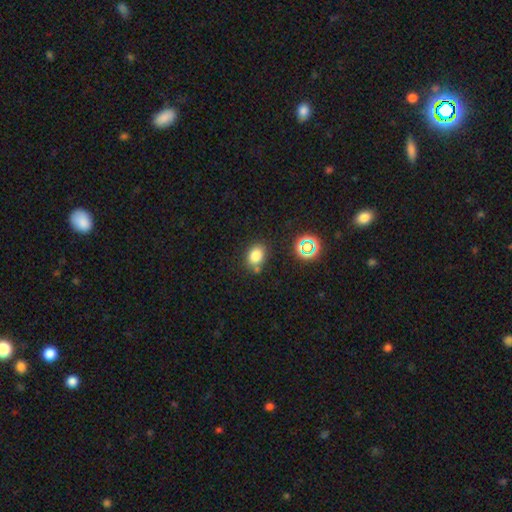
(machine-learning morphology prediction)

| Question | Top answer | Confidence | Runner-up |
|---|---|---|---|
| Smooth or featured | smooth | 79% | star or artifact (14%) |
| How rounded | in between | 63% | round (36%) |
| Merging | none | 73% | minor disturbance (15%) |